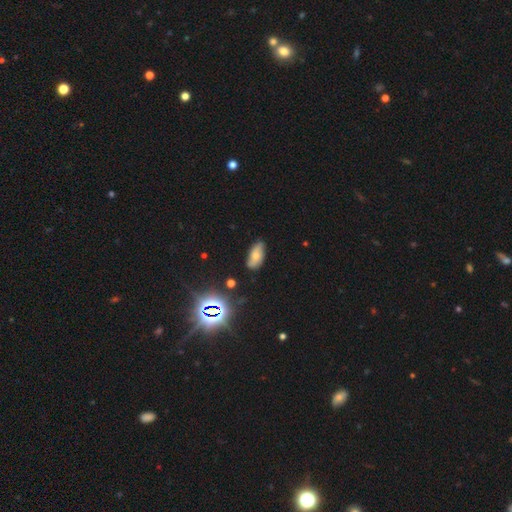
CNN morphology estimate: The model was most divided on "smooth or featured": smooth: 62%, featured or disk: 24%, star or artifact: 14%. More confident: how rounded — in between (89%); merging — none (73%).